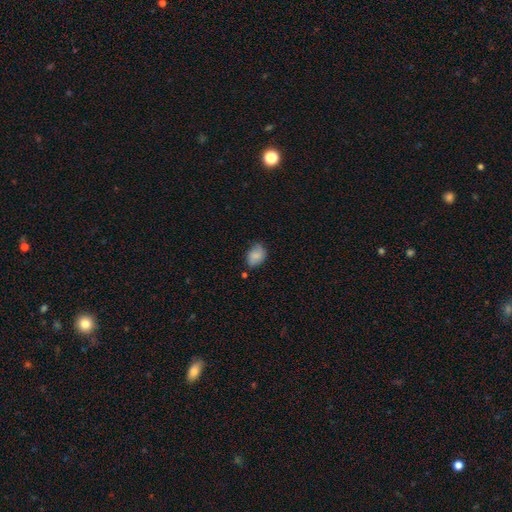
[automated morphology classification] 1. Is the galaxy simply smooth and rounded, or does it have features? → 81% smooth, 11% featured or disk, 8% star or artifact.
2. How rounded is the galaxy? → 75% in between, 24% round, 1% cigar-shaped.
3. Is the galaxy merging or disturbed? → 63% none, 29% minor disturbance, 5% major disturbance, 3% merger.